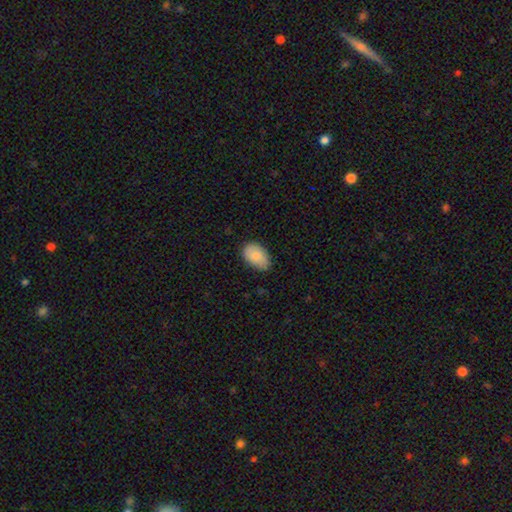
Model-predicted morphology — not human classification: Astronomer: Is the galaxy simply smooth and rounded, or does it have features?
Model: smooth — 82%.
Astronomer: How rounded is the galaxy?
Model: in between — 88%.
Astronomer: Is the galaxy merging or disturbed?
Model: none — 72%.